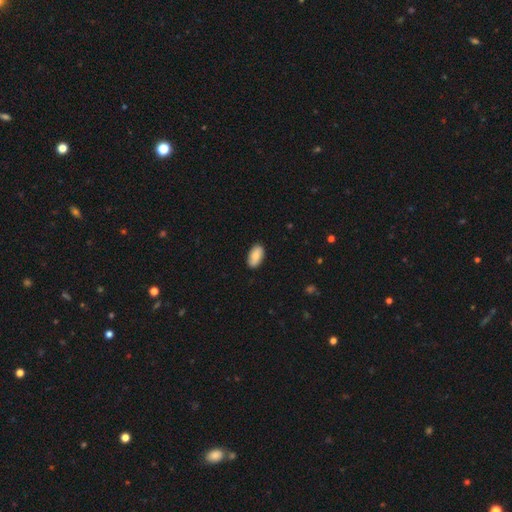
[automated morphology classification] This is likely a smooth galaxy (79%). How rounded: clearly in between (94%). Merging: clearly none (87%).